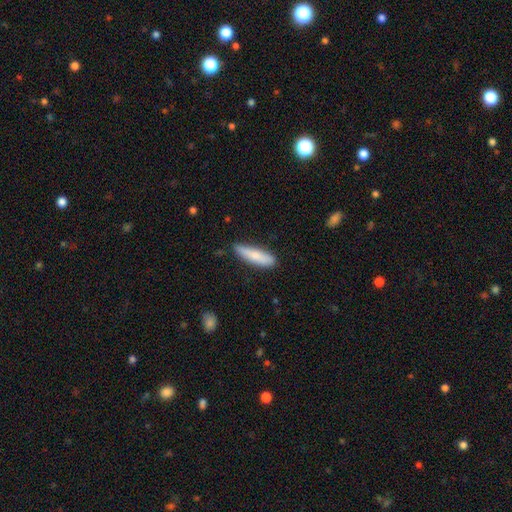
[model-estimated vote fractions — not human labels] Smooth or featured: smooth — 76% (featured or disk — 19%)
How rounded: cigar-shaped — 72% (in between — 26%)
Merging: none — 80% (minor disturbance — 16%)